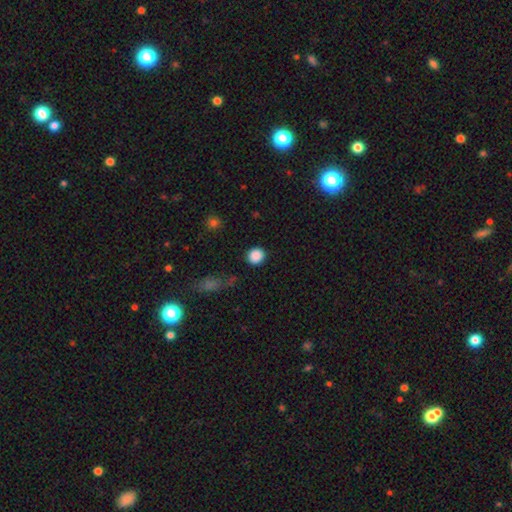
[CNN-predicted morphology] Smooth or featured: smooth — 88% (star or artifact — 9%)
How rounded: round — 90% (in between — 9%)
Merging: none — 88% (minor disturbance — 7%)